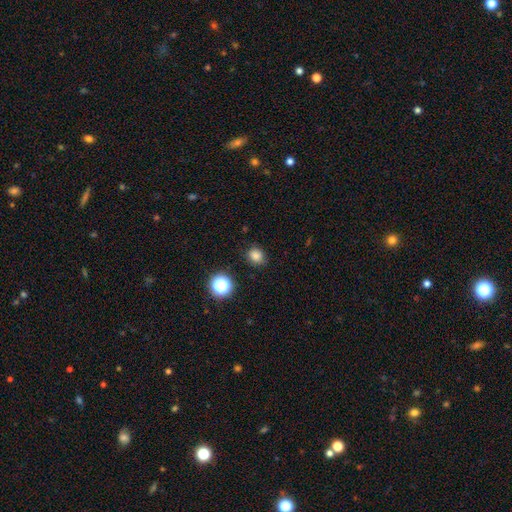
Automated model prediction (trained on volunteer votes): smooth-or-featured: smooth: 82% | star or artifact: 14% | featured or disk: 4%
  how-rounded: round: 67% | in between: 32% | cigar-shaped: 1%
  merging: none: 83% | minor disturbance: 12% | major disturbance: 3% | merger: 2%